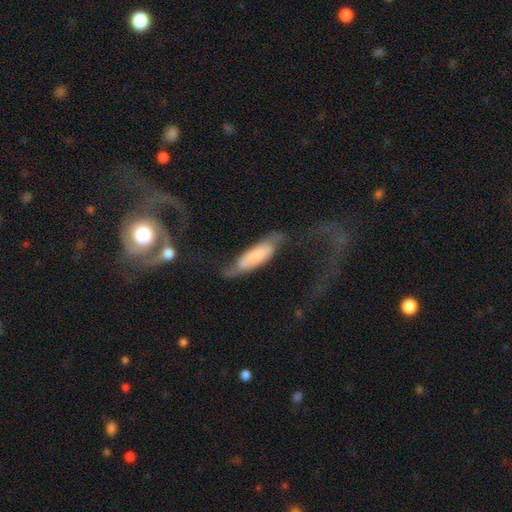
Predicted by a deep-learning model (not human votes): smooth-or-featured: smooth: 54% | featured or disk: 39% | star or artifact: 7%
  how-rounded: cigar-shaped: 53% | in between: 45% | round: 2%
  merging: none: 41% | major disturbance: 29% | minor disturbance: 25% | merger: 6%